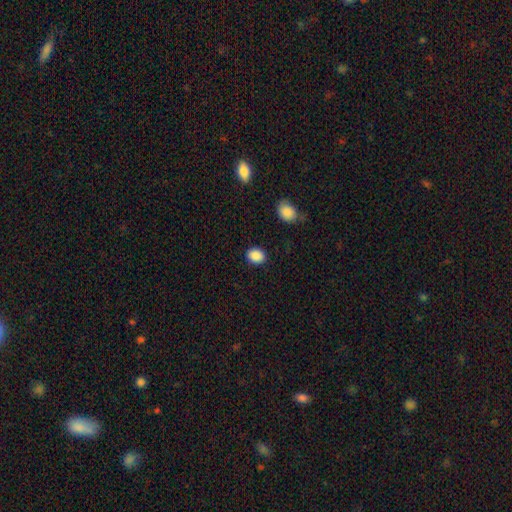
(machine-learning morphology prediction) This appears to be a smooth galaxy with no disk features (89%) that is in between round and cigar-shaped (57%). Merging: none (88%).